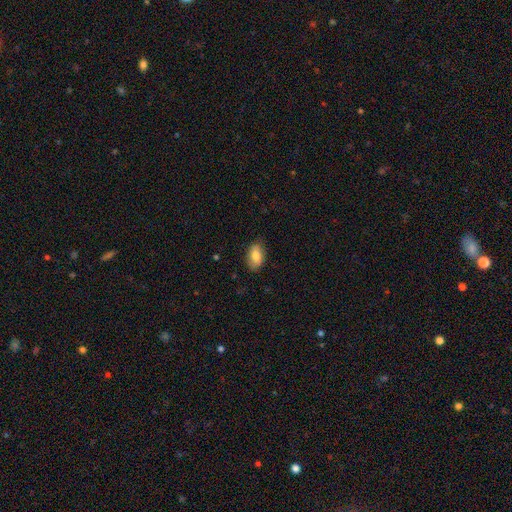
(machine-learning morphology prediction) Smooth or featured? smooth (79%)
How rounded? in between (92%)
Merging? none (81%)